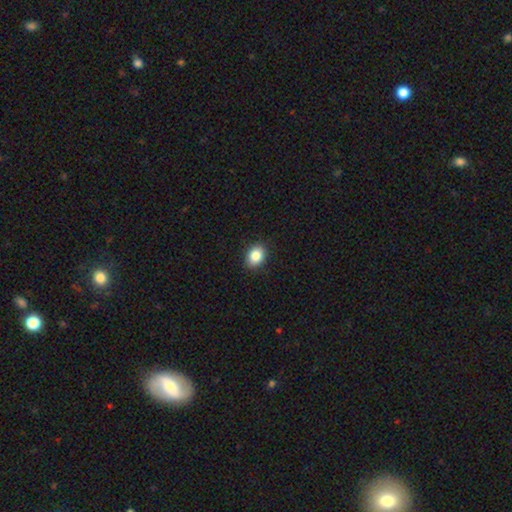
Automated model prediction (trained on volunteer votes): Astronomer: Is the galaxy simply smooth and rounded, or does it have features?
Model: smooth — 87%.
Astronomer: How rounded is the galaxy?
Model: in between — 68%.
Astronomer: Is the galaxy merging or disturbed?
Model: none — 89%.